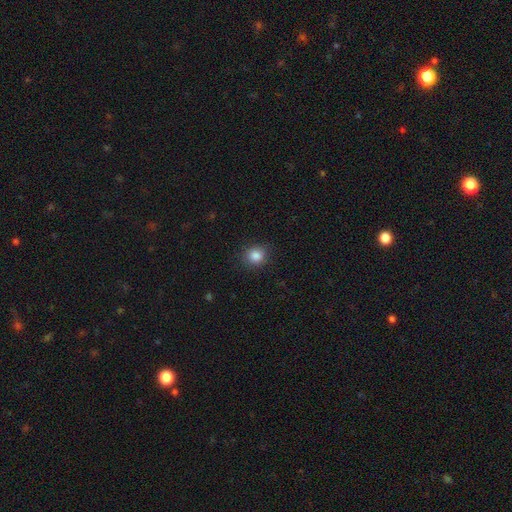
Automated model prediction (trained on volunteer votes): A smooth galaxy with no disk features (85%) that is round (83%).

Vote fractions:
- Smooth or featured? smooth: 85% / star or artifact: 10% / featured or disk: 4%
- How rounded? round: 83% / in between: 16% / cigar-shaped: 1%
- Merging? none: 86% / minor disturbance: 10% / major disturbance: 3% / merger: 1%